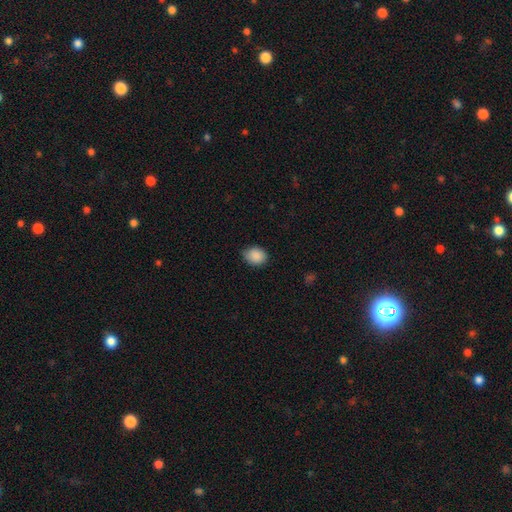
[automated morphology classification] A smooth galaxy with no disk features (89%) that is in between round and cigar-shaped (55%). Merging: none (76%).